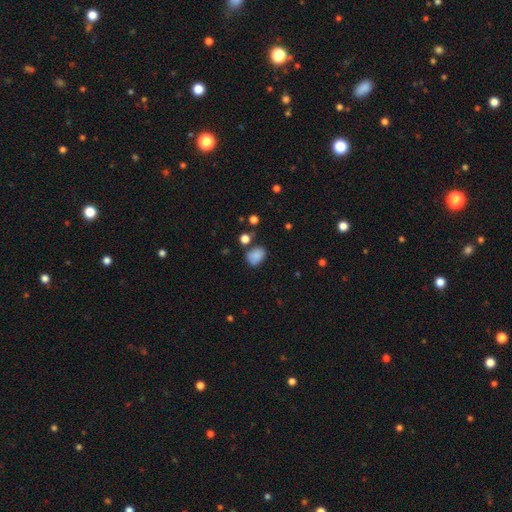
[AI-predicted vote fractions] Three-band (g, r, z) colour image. It shows a smooth galaxy with no disk features (83%) that is in between round and cigar-shaped (69%). Merging: none (62%).